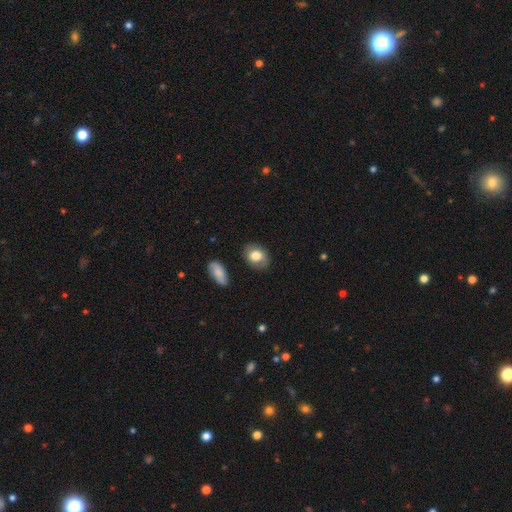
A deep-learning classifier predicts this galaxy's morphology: Smooth or featured?
  - smooth: 73% *
  - featured or disk: 19%
  - star or artifact: 7%
How rounded?
  - in between: 68% *
  - round: 30%
  - cigar-shaped: 1%
Merging?
  - none: 79% *
  - minor disturbance: 15%
  - major disturbance: 4%
  - merger: 2%